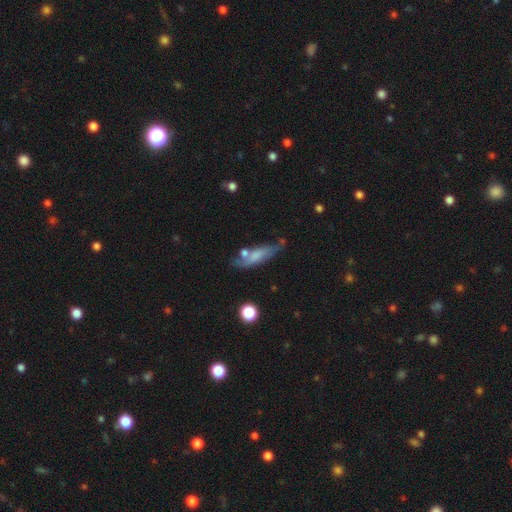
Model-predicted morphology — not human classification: smooth_or_featured: smooth (p=0.57) [alt: featured or disk p=0.35]
how_rounded: cigar-shaped (p=0.52) [alt: in between p=0.45]
merging: none (p=0.52) [alt: minor disturbance p=0.25]